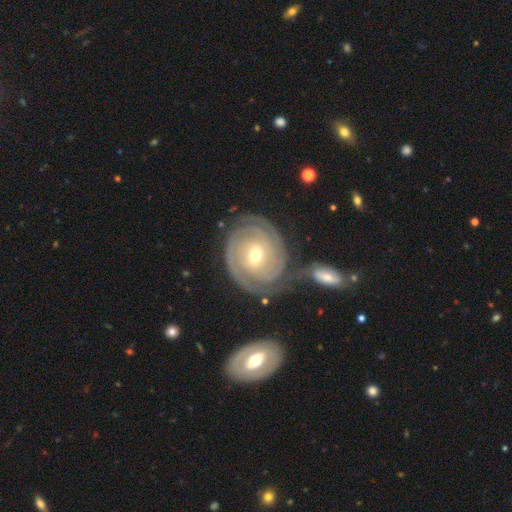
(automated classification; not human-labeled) The model was most divided on "bar": no: 43%, weak: 41%, strong: 16%. Remaining: spiral arms — yes (98%); edge-on disk — no (97%); smooth or featured — featured or disk (90%); spiral winding — tight (84%); merging — none (70%); bulge size — moderate (51%); spiral arm count — 2 (47%).